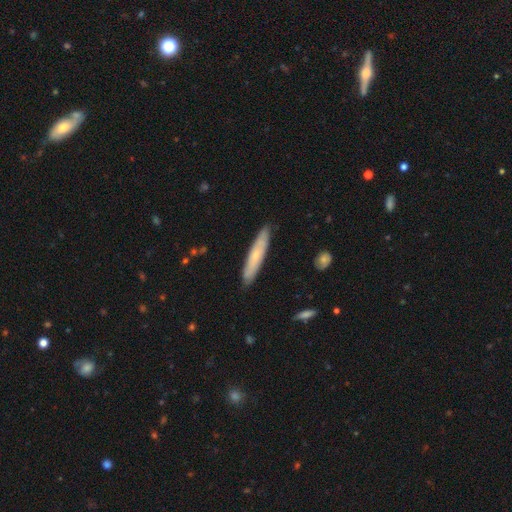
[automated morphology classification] Smooth or featured: smooth — 55% (featured or disk — 39%)
How rounded: cigar-shaped — 89% (in between — 9%)
Merging: none — 87% (minor disturbance — 10%)